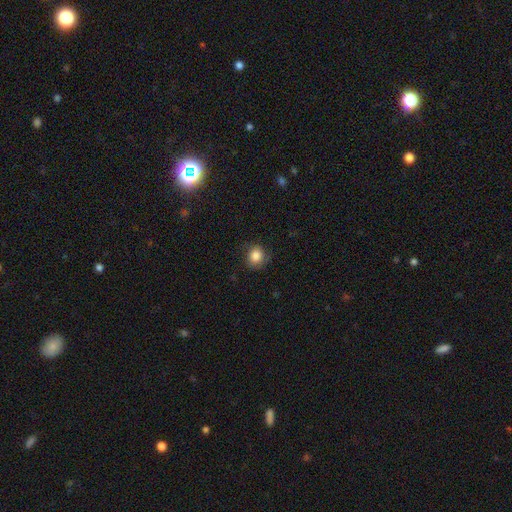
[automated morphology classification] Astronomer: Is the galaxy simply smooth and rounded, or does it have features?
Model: smooth — 83%.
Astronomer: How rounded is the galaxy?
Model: round — 80%.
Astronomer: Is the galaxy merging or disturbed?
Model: none — 76%.